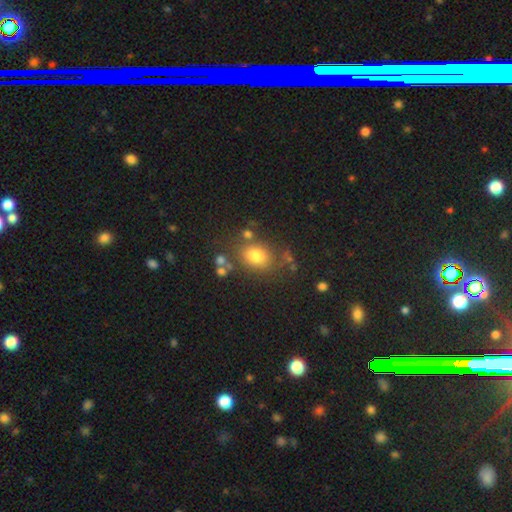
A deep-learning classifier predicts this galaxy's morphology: Smooth or featured?
  - smooth: 77% *
  - star or artifact: 13%
  - featured or disk: 10%
How rounded?
  - in between: 55% *
  - round: 44%
  - cigar-shaped: 1%
Merging?
  - none: 69% *
  - minor disturbance: 15%
  - merger: 9%
  - major disturbance: 7%